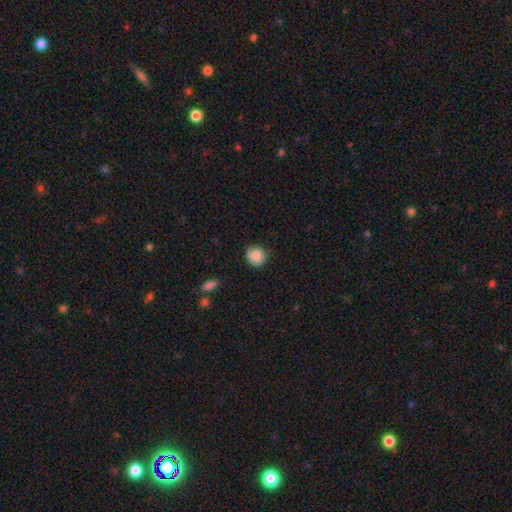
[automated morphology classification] smooth-or-featured: smooth: 86% | star or artifact: 8% | featured or disk: 5%
  how-rounded: round: 84% | in between: 15% | cigar-shaped: 1%
  merging: none: 78% | minor disturbance: 17% | major disturbance: 3% | merger: 1%